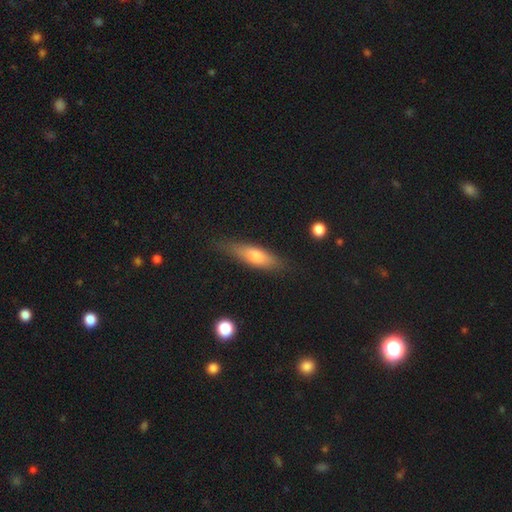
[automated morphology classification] smooth-or-featured: smooth: 64% | featured or disk: 30% | star or artifact: 7%
  how-rounded: cigar-shaped: 59% | in between: 38% | round: 3%
  merging: none: 78% | minor disturbance: 16% | major disturbance: 4% | merger: 2%